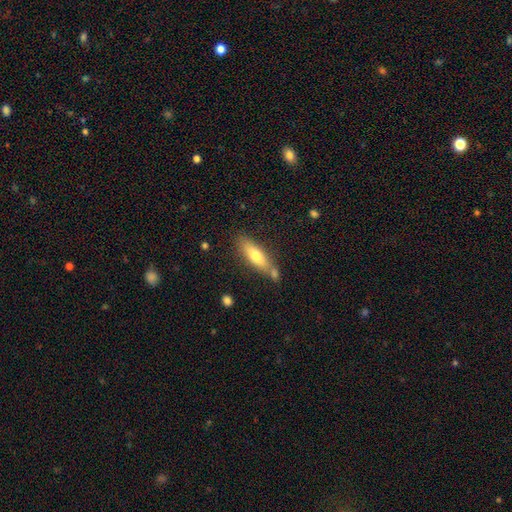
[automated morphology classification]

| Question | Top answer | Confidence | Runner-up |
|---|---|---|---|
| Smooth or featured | smooth | 69% | featured or disk (25%) |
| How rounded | cigar-shaped | 51% | in between (46%) |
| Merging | none | 65% | merger (16%) |